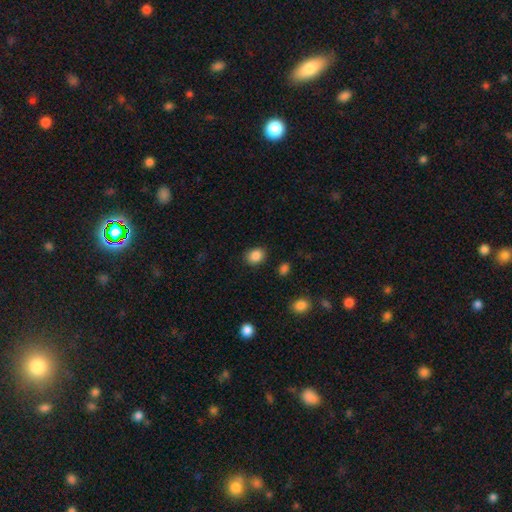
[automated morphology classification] This appears to be a smooth galaxy with no disk features (87%) that is round (55%). Merging: none (86%).